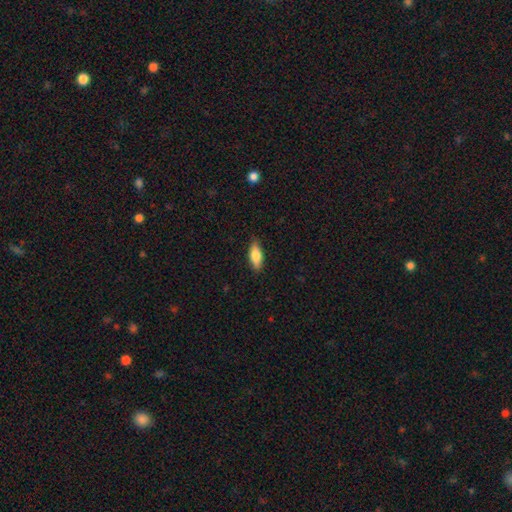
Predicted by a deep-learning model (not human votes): This appears to be a smooth galaxy with no disk features (77%) that is in between round and cigar-shaped (72%). Merging: none (86%).